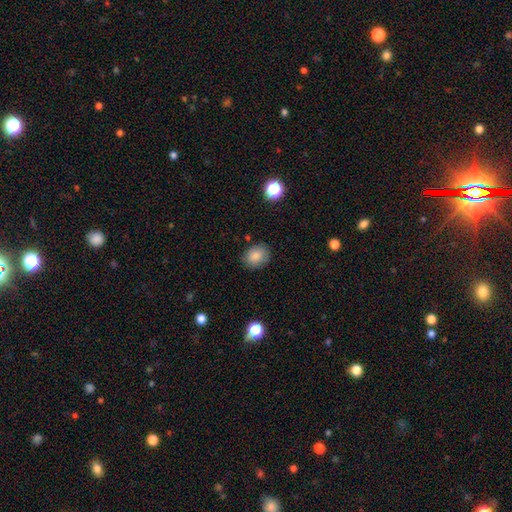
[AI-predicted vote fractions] A smooth galaxy with no disk features (84%) that is in between round and cigar-shaped (51%). Merging: none (84%).